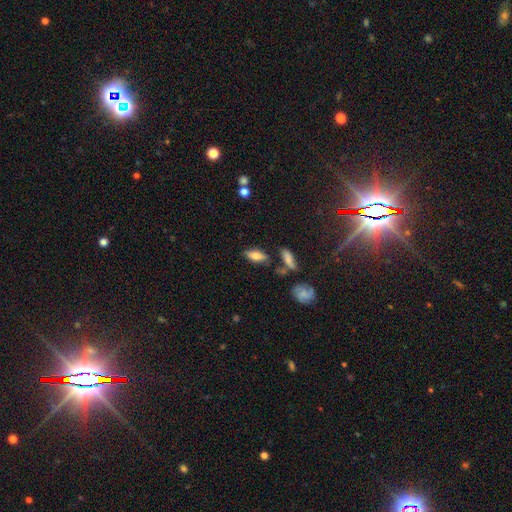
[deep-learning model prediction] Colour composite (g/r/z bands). It shows a smooth galaxy with no disk features (68%) that is in between round and cigar-shaped (74%). Merging: none (73%).